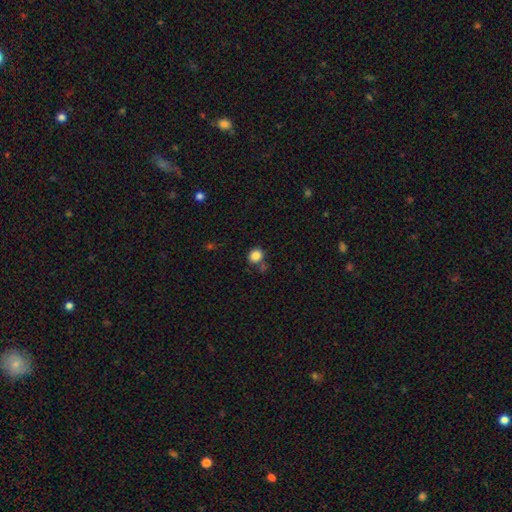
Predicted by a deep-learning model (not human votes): Smooth or featured: smooth — 85% (star or artifact — 10%)
How rounded: round — 78% (in between — 21%)
Merging: none — 70% (minor disturbance — 14%)